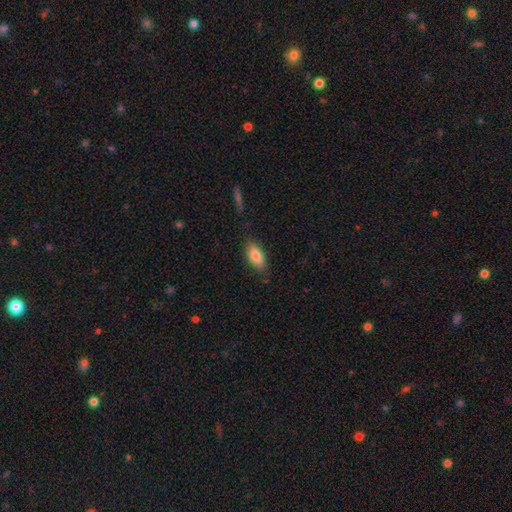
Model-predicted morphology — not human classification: smooth 80%, featured or disk 13%, star or artifact 7%. Down the decision tree: how rounded — in between (85%); merging — none (81%).